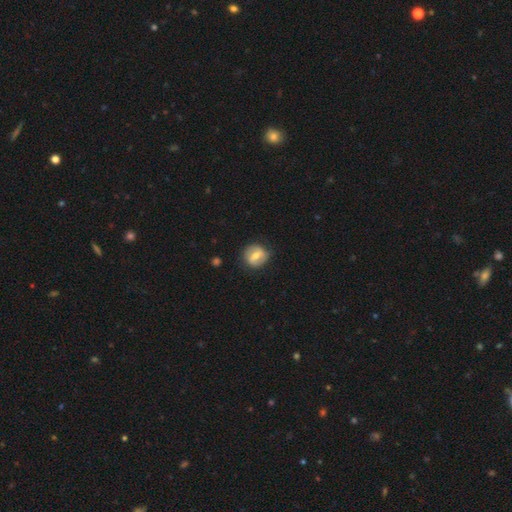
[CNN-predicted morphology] Overall: smooth (51%; featured or disk 42%). How rounded: round (82%). Merging: none (80%).